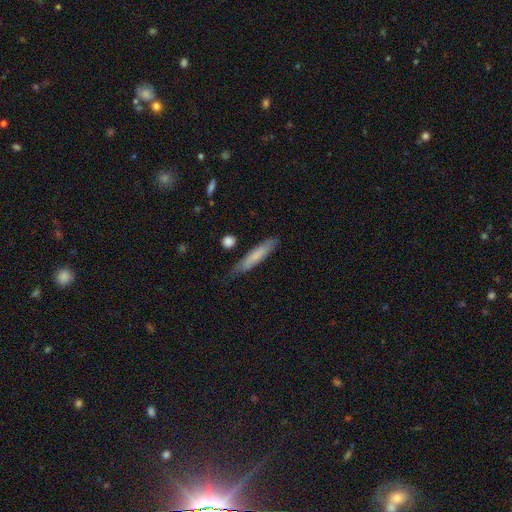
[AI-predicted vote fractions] Overall: smooth (71%). How rounded: cigar-shaped (89%). Merging: none (76%).